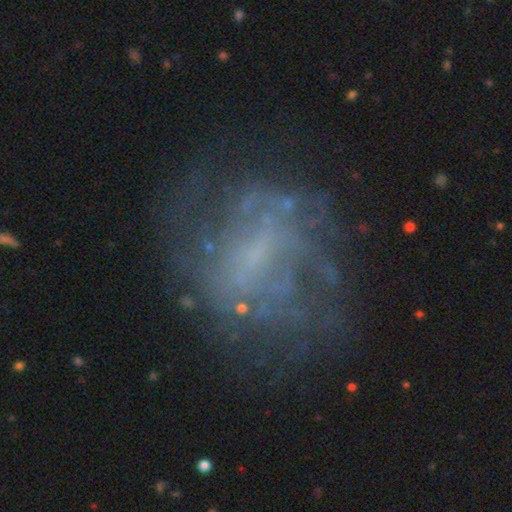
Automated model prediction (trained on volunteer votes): A featured or disk galaxy (67%) with no bar (52%), spiral arms (55%) and no central bulge (50%).

Vote fractions:
- Smooth or featured? featured or disk: 67% / star or artifact: 17% / smooth: 16%
- Edge-on disk? no: 97% / yes: 3%
- Bar? no: 52% / weak: 37% / strong: 11%
- Spiral arms? yes: 55% / no: 45%
- Bulge size? none: 50% / small: 35% / moderate: 12% / large: 2% / dominant: 1%
- Merging? none: 61% / major disturbance: 20% / minor disturbance: 17% / merger: 3%